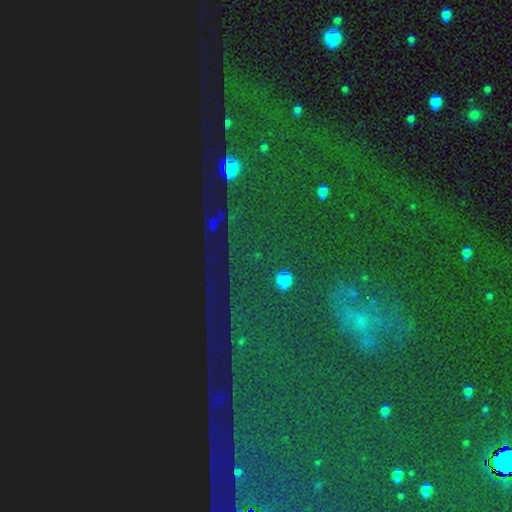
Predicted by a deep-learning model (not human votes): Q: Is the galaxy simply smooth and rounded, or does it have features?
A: star or artifact — 79%.